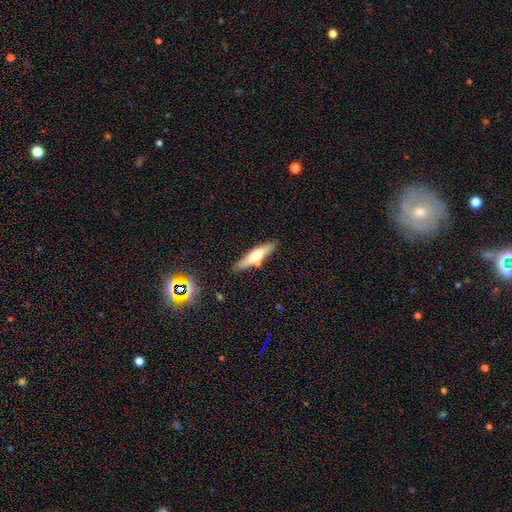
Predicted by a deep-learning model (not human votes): Smooth or featured? smooth (51%)
How rounded? cigar-shaped (80%)
Merging? none (79%)